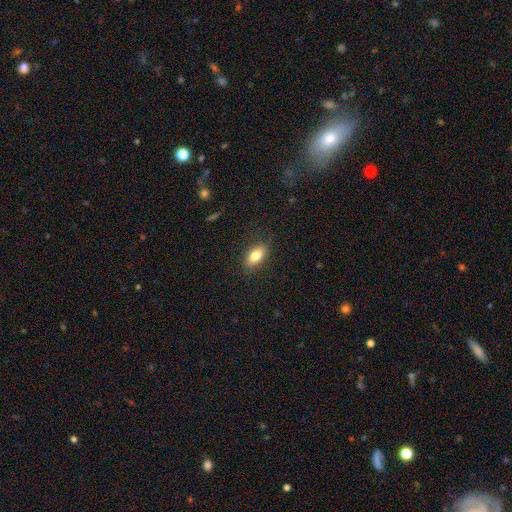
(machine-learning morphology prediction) This is clearly a smooth galaxy (81%). How rounded: clearly in between (87%). Merging: clearly none (86%).